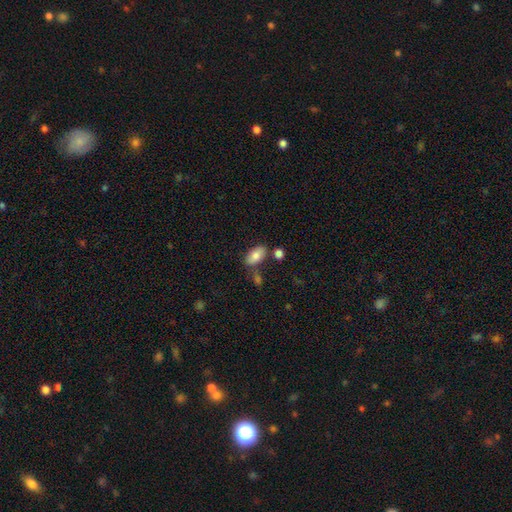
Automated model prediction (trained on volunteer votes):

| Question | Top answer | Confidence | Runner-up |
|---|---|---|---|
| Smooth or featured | smooth | 80% | featured or disk (13%) |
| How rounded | in between | 92% | cigar-shaped (4%) |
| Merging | none | 70% | minor disturbance (15%) |